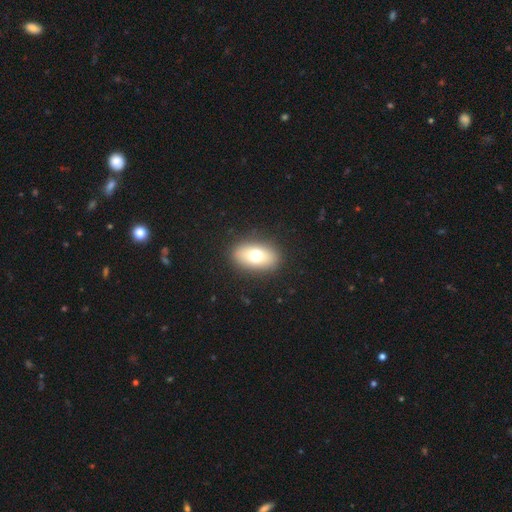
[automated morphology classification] Overall: smooth (70%). How rounded: in between (85%). Merging: none (88%).